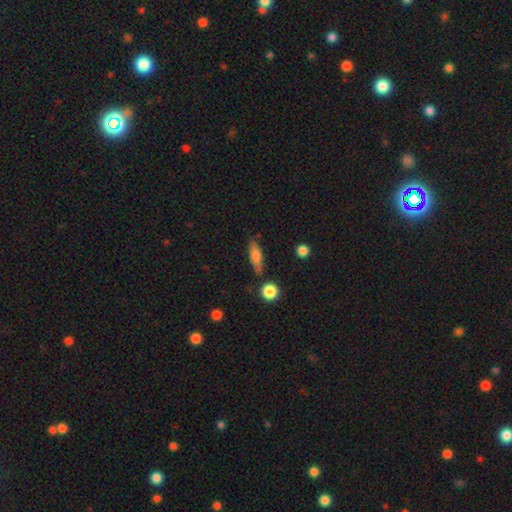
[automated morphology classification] A smooth galaxy with no disk features (72%) that is in between round and cigar-shaped (49%). Merging: none (75%).